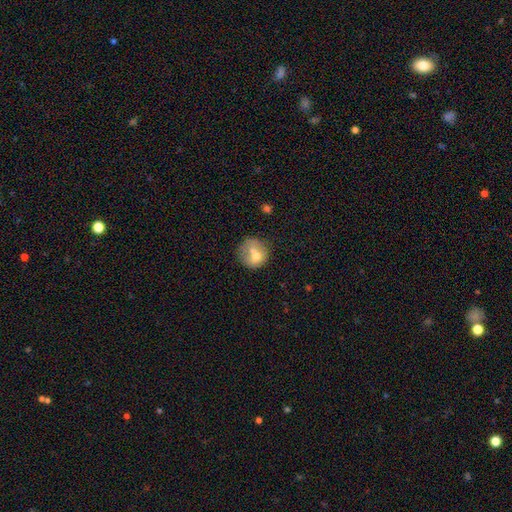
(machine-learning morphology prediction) A smooth galaxy with no disk features (64%) that is round (82%). Merging: merger (43%).